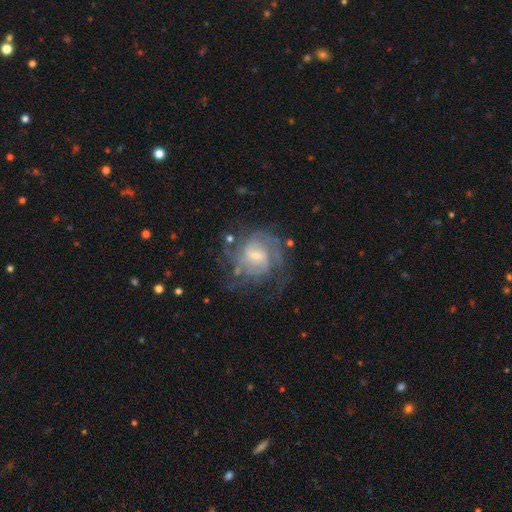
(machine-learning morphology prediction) Smooth or featured? featured or disk (85%)
Edge-on disk? no (98%)
Bar? weak (54%)
Spiral arms? yes (95%)
Spiral winding? tight (49%)
Spiral arm count? can't tell (32%)
Bulge size? small (59%)
Merging? none (65%)